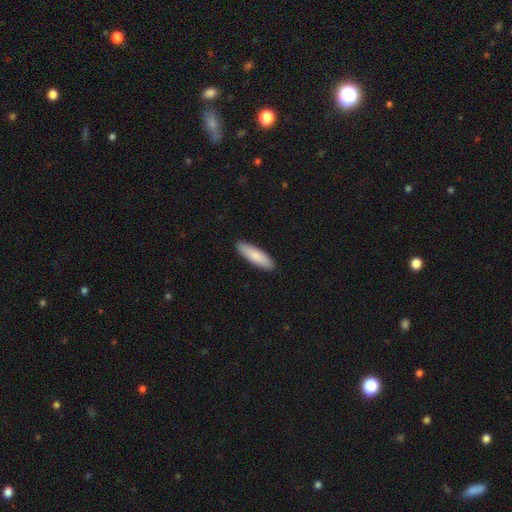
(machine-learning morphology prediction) Smooth or featured? smooth (84%)
How rounded? cigar-shaped (63%)
Merging? none (91%)